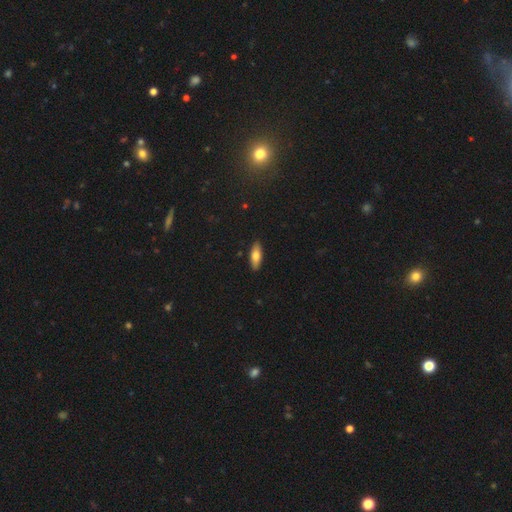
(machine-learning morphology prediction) A smooth galaxy with no disk features (73%) that is in between round and cigar-shaped (68%).

Vote fractions:
- Smooth or featured? smooth: 73% / featured or disk: 20% / star or artifact: 6%
- How rounded? in between: 68% / cigar-shaped: 30% / round: 2%
- Merging? none: 90% / minor disturbance: 8% / major disturbance: 2% / merger: 1%